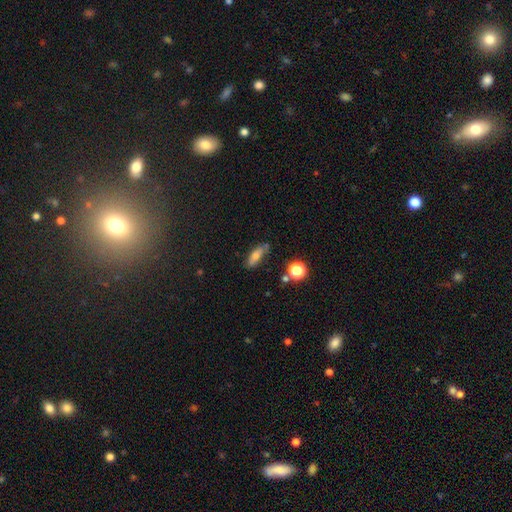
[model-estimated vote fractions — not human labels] The model was most divided on "how rounded": in between: 53%, cigar-shaped: 41%, round: 5%. More confident: merging — none (70%); smooth or featured — smooth (69%).